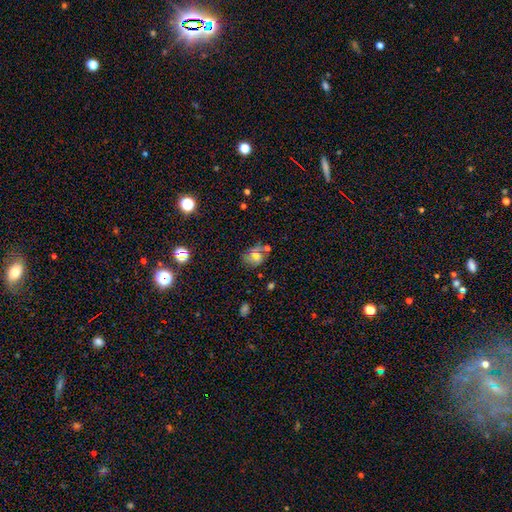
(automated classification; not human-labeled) Overall: smooth (49%; featured or disk 30%). Merging: none (56%; minor disturbance 21%).